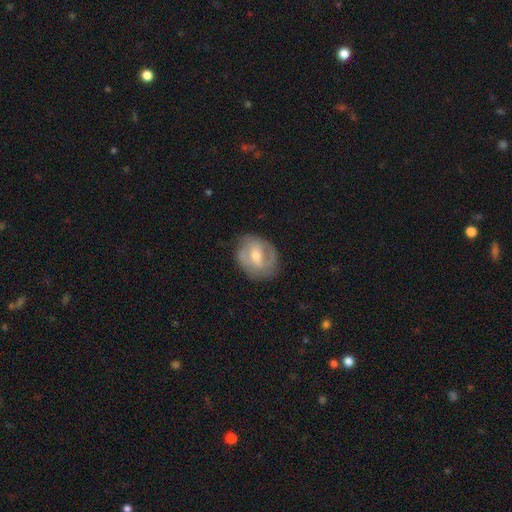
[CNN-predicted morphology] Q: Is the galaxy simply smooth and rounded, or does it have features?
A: featured or disk — 66%.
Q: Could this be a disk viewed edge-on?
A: no — 96%.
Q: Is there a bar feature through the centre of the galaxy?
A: weak — 48%.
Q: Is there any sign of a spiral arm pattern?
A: yes — 74%.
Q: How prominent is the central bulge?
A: moderate — 62%.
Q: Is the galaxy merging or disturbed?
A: none — 73%.